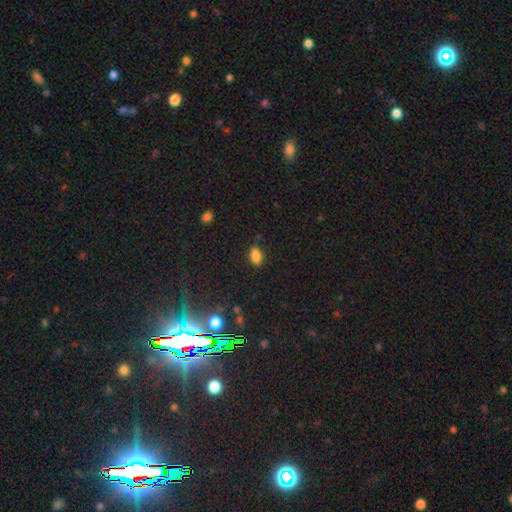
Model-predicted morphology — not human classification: A smooth galaxy with no disk features (84%) that is in between round and cigar-shaped (88%). Merging: none (82%).